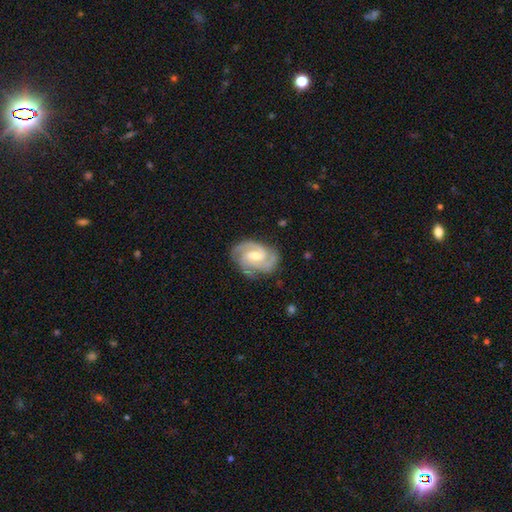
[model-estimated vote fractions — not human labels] Smooth or featured: featured or disk — 91% (smooth — 5%)
Edge-on disk: no — 98% (yes — 2%)
Bar: weak — 52% (no — 35%)
Spiral arms: yes — 98% (no — 2%)
Spiral winding: tight — 55% (medium — 40%)
Spiral arm count: 3 — 55% (2 — 21%)
Bulge size: moderate — 62% (small — 32%)
Merging: none — 78% (minor disturbance — 16%)